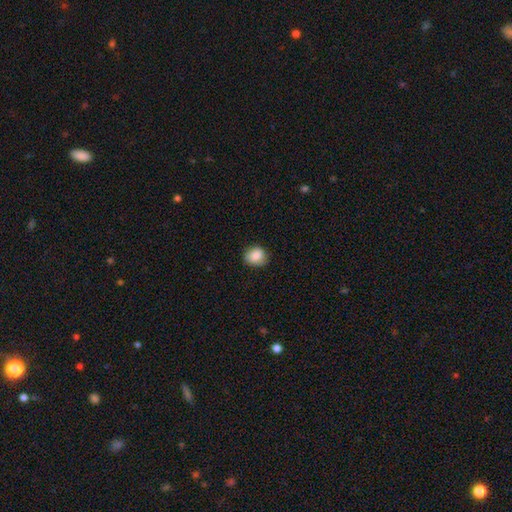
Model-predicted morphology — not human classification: Smooth or featured: smooth — 86% (star or artifact — 8%)
How rounded: round — 73% (in between — 26%)
Merging: none — 80% (minor disturbance — 16%)